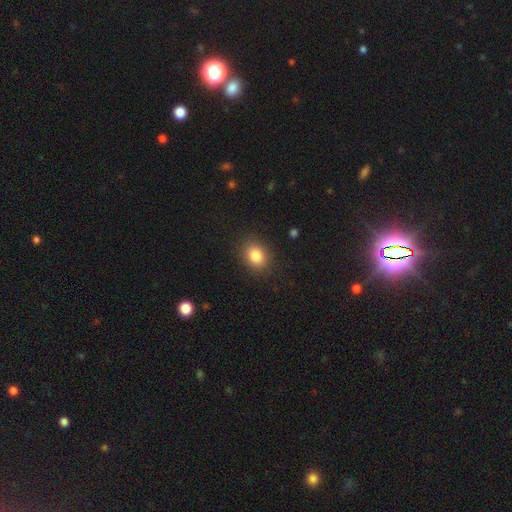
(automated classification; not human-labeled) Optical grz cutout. It shows a smooth galaxy with no disk features (84%) that is in between round and cigar-shaped (52%). Merging: none (87%).